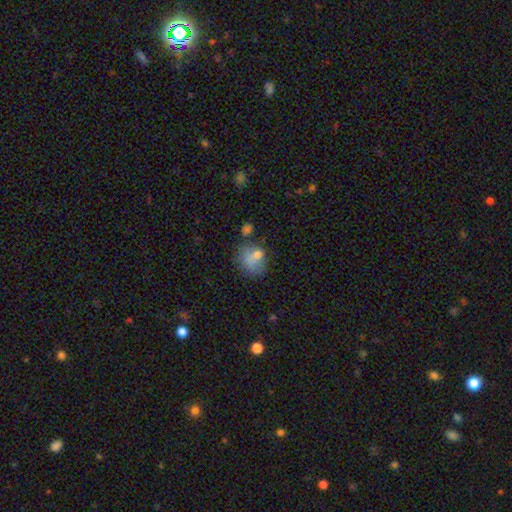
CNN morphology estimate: Smooth or featured? Predicted: smooth (p=0.70). How rounded? Predicted: round (p=0.56). Merging? Predicted: none (p=0.47).